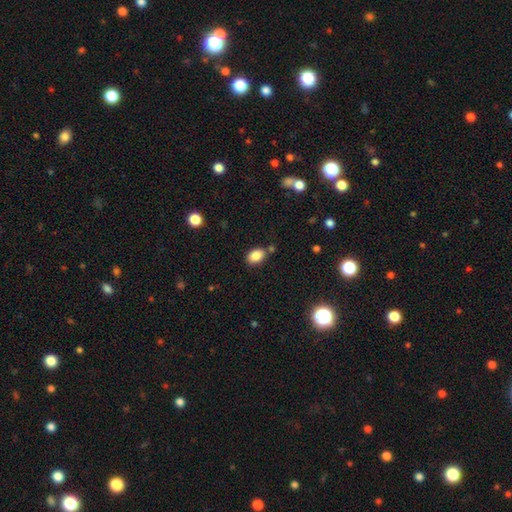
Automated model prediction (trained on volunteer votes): smooth 85%, star or artifact 9%, featured or disk 6%. Down the decision tree: how rounded — in between (82%); merging — none (76%).